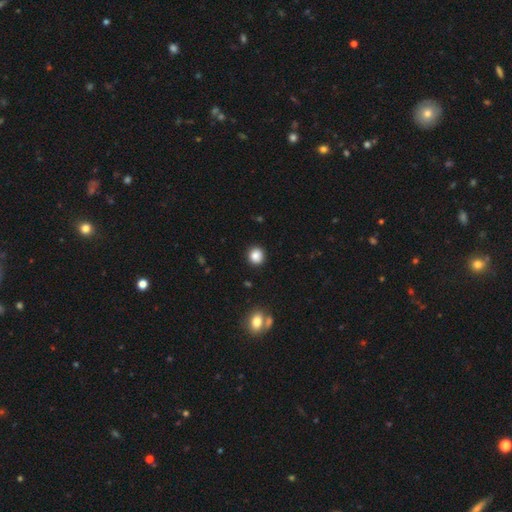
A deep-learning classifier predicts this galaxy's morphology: Smooth or featured: smooth — 86% (star or artifact — 10%)
How rounded: round — 86% (in between — 13%)
Merging: none — 90% (minor disturbance — 7%)